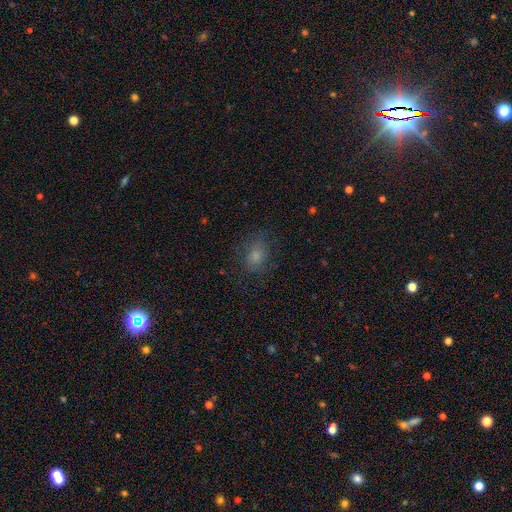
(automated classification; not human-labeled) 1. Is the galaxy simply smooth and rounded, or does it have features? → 55% smooth, 25% star or artifact, 19% featured or disk.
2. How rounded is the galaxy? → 51% round, 48% in between, 2% cigar-shaped.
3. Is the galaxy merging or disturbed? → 73% none, 17% minor disturbance, 9% major disturbance, 1% merger.